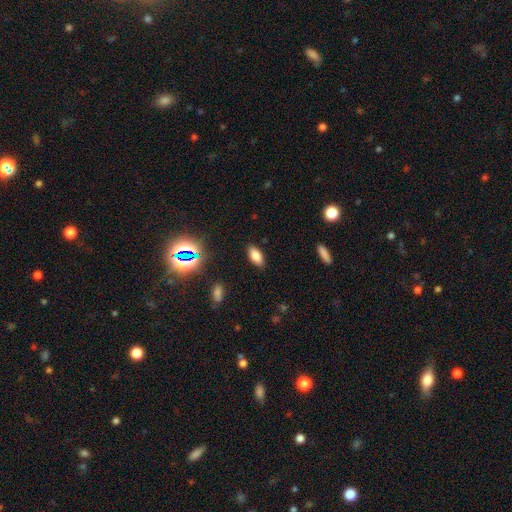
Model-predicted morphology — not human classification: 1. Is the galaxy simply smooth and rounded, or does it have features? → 77% smooth, 14% star or artifact, 8% featured or disk.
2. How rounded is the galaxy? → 88% in between, 9% cigar-shaped, 4% round.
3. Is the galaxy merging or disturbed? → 87% none, 9% minor disturbance, 3% major disturbance, 1% merger.